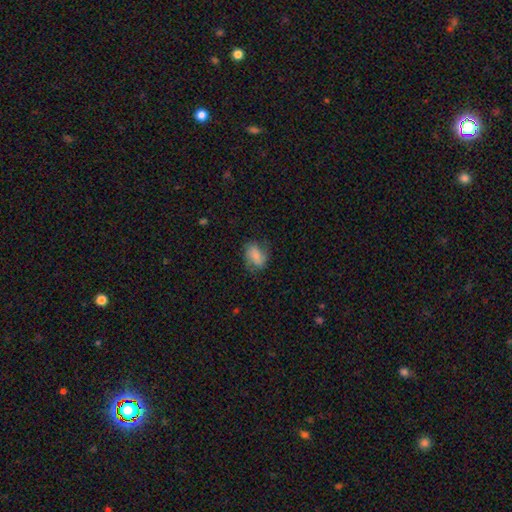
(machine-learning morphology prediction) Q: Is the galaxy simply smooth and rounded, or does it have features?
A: smooth — 59%.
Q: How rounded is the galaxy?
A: in between — 74%.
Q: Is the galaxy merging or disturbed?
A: none — 63%.